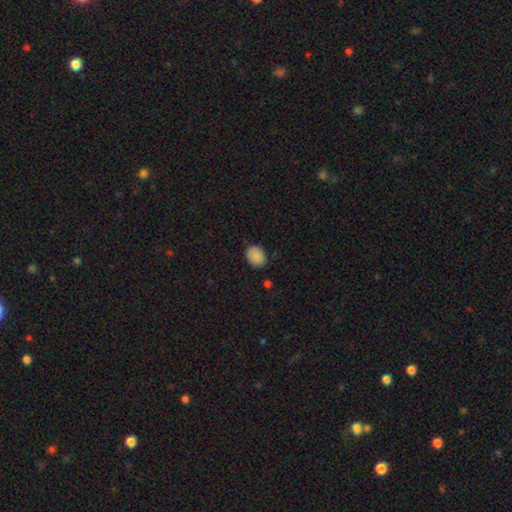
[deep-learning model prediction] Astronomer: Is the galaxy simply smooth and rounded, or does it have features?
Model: smooth — 88%.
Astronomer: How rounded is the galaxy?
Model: in between — 57% (runner-up: round, 42%).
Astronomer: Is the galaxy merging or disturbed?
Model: none — 83%.